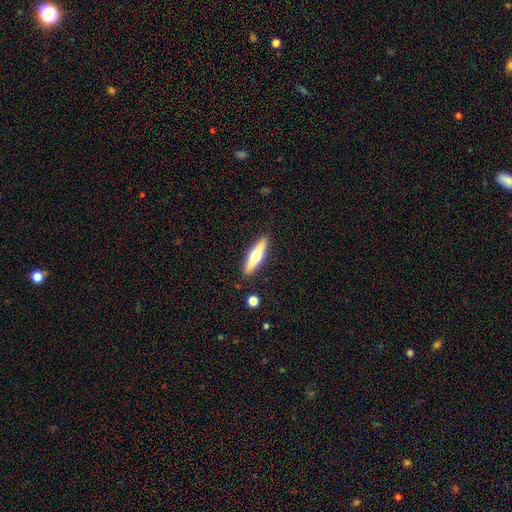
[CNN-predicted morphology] Smooth or featured: featured or disk — 59% (smooth — 35%)
Edge-on disk: yes — 95% (no — 5%)
Edge-on bulge: rounded — 95% (none — 3%)
Merging: none — 89% (minor disturbance — 7%)